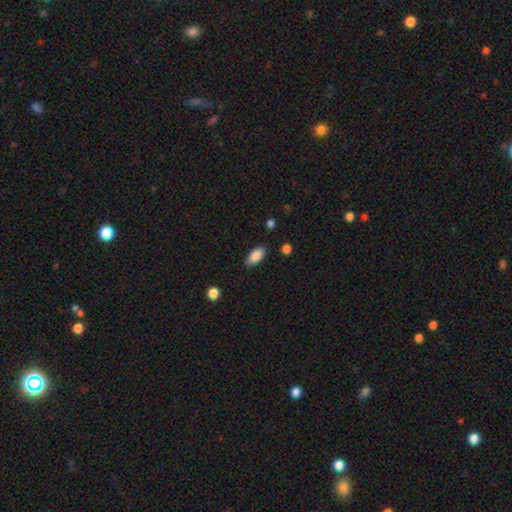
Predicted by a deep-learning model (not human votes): A smooth galaxy with no disk features (86%) that is in between round and cigar-shaped (90%).

Vote fractions:
- Smooth or featured? smooth: 86% / star or artifact: 7% / featured or disk: 7%
- How rounded? in between: 90% / cigar-shaped: 8% / round: 2%
- Merging? none: 85% / minor disturbance: 11% / major disturbance: 2% / merger: 2%